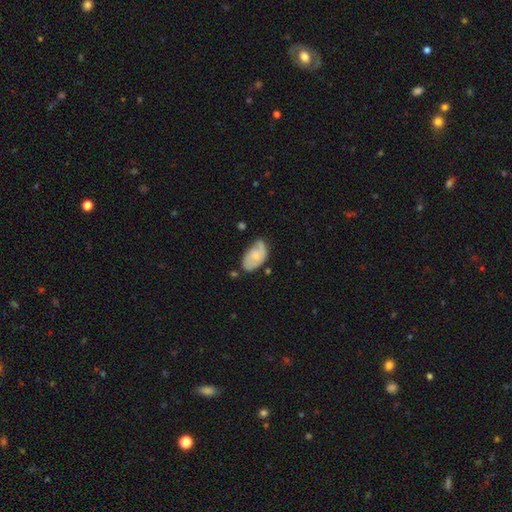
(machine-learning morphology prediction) This appears to be a featured or disk galaxy (47%, tied with smooth). Merging: none (48%).